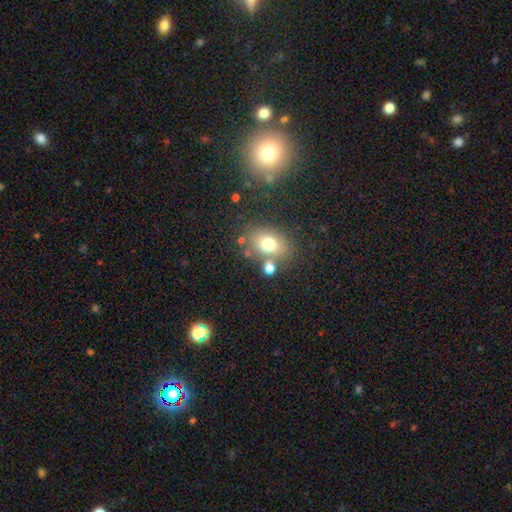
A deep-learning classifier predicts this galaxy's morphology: Overall: smooth (44%; star or artifact 41%). Merging: none (67%).